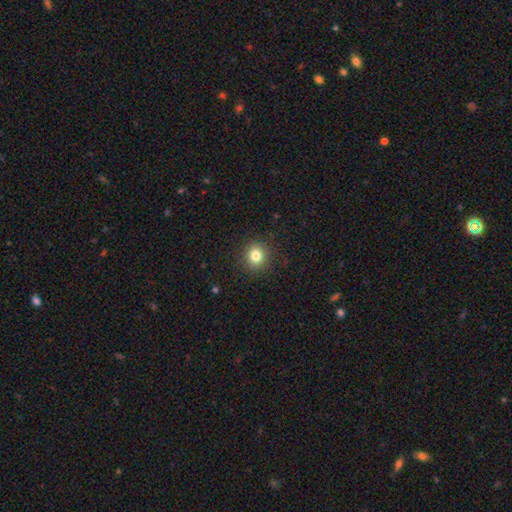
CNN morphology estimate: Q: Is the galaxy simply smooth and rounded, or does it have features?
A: smooth — 81%.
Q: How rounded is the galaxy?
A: round — 85%.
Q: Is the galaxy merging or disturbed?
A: none — 90%.